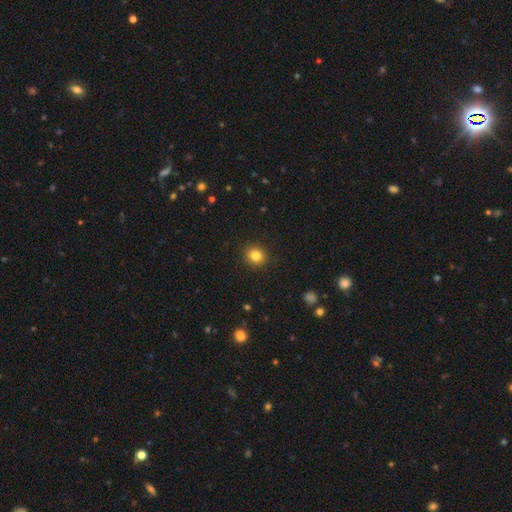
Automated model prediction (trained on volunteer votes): Smooth or featured? Predicted: smooth (p=0.83). How rounded? Predicted: round (p=0.80). Merging? Predicted: none (p=0.90).